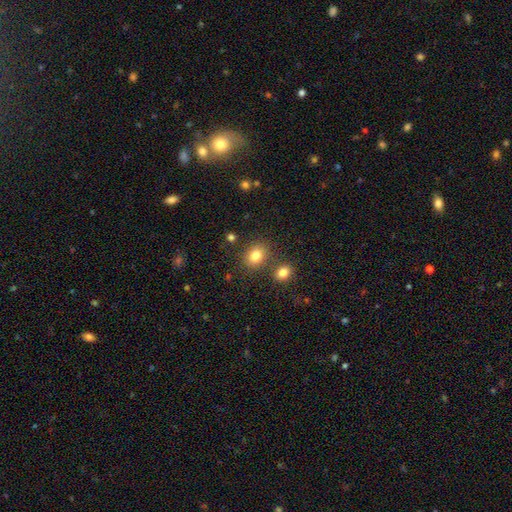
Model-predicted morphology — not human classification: The model was most divided on "how rounded": in between: 55%, round: 44%, cigar-shaped: 1%. More confident: smooth or featured — smooth (82%); merging — none (75%).